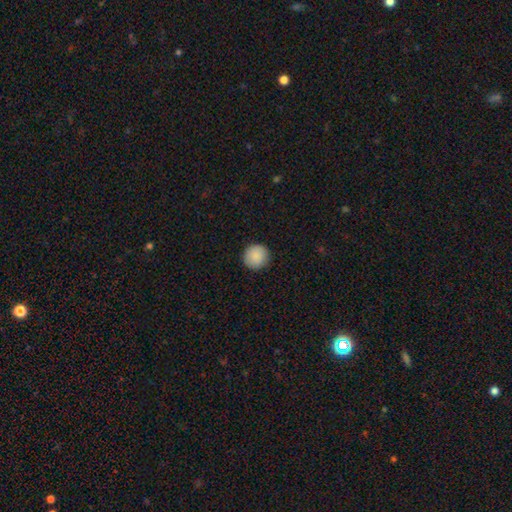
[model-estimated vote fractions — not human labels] Smooth or featured: smooth — 90% (star or artifact — 7%)
How rounded: round — 94% (in between — 5%)
Merging: none — 91% (minor disturbance — 6%)